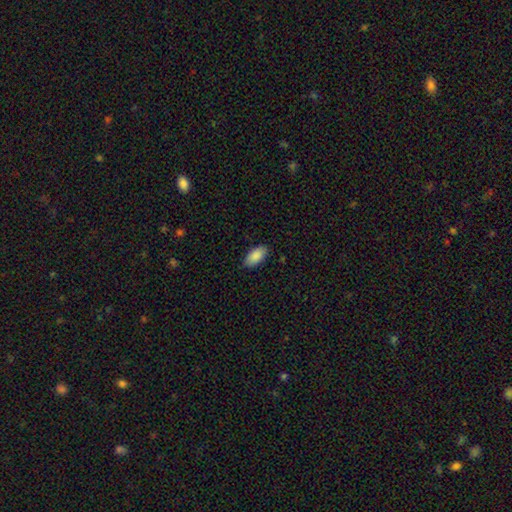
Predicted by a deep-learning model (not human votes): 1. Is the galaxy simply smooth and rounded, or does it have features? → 89% smooth, 6% star or artifact, 5% featured or disk.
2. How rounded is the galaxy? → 94% in between, 4% cigar-shaped, 2% round.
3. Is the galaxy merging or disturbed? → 87% none, 9% minor disturbance, 2% major disturbance, 1% merger.